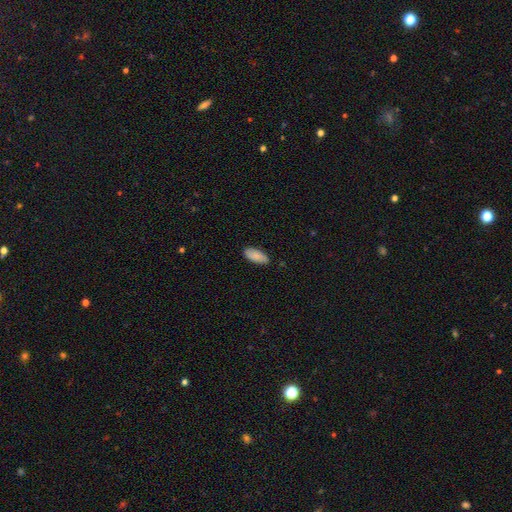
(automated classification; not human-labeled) Overall: smooth (86%). How rounded: in between (85%). Merging: none (85%).